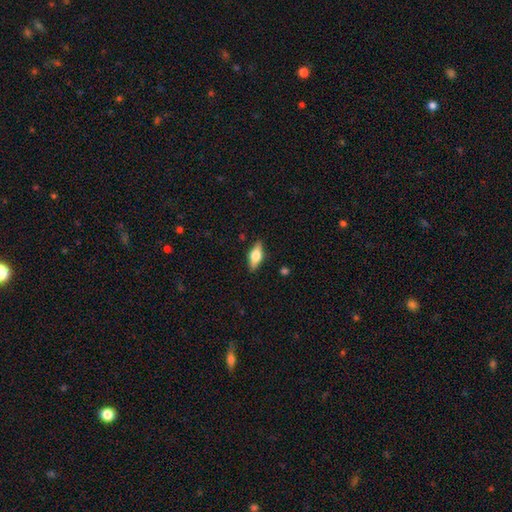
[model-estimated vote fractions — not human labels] A smooth galaxy with no disk features (48%). Merging: none (87%).